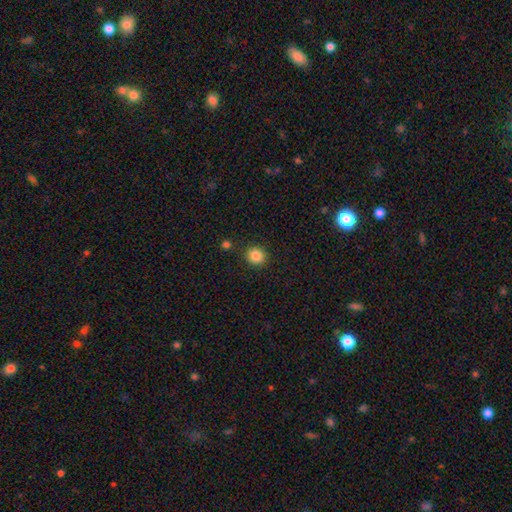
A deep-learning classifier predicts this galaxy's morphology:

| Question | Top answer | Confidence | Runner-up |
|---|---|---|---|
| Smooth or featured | smooth | 85% | star or artifact (11%) |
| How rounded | round | 86% | in between (13%) |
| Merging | none | 88% | minor disturbance (7%) |